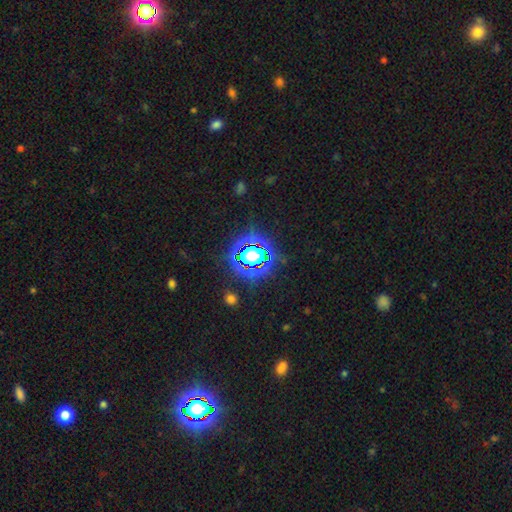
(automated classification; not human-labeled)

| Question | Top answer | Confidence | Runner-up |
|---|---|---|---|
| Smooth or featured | star or artifact | 71% | smooth (18%) |